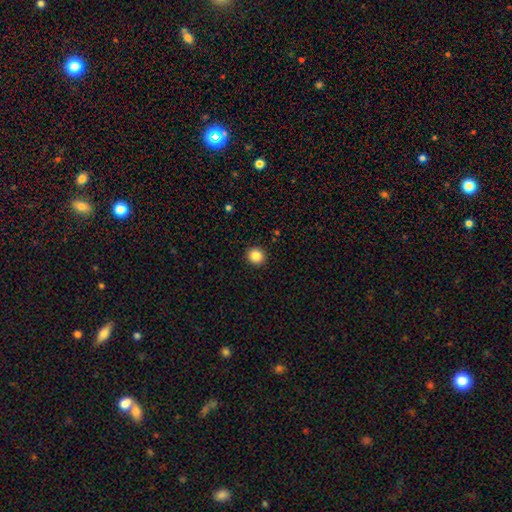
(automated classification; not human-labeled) Smooth or featured?
  - smooth: 86% *
  - star or artifact: 10%
  - featured or disk: 4%
How rounded?
  - round: 89% *
  - in between: 10%
  - cigar-shaped: 1%
Merging?
  - none: 92% *
  - minor disturbance: 5%
  - major disturbance: 2%
  - merger: 1%